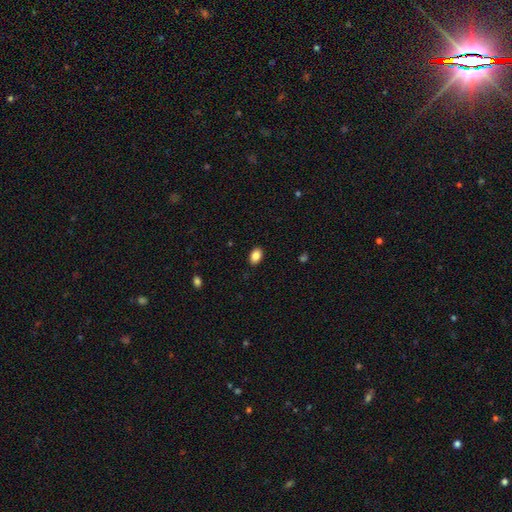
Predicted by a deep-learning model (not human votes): Smooth or featured? Predicted: smooth (p=0.87). How rounded? Predicted: in between (p=0.84). Merging? Predicted: none (p=0.89).